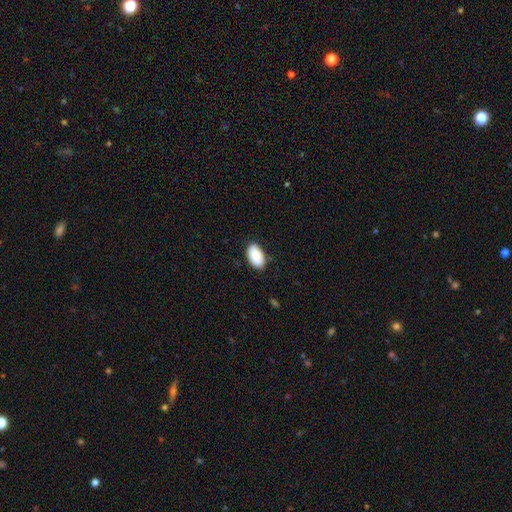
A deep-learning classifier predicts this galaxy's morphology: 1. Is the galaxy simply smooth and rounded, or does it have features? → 90% smooth, 6% star or artifact, 4% featured or disk.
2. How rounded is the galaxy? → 95% in between, 4% round, 1% cigar-shaped.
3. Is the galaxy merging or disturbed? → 86% none, 11% minor disturbance, 2% major disturbance, 1% merger.